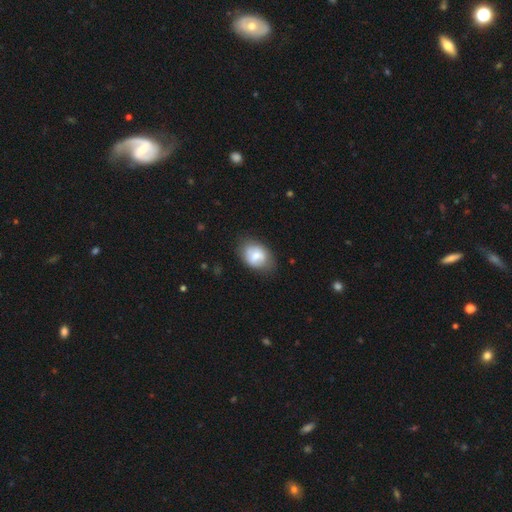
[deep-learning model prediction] Morphology: type=smooth (62%); roundness=in between (75%); merging=none (68%).